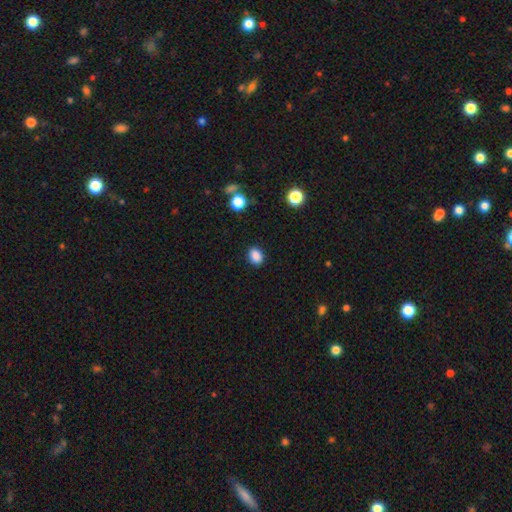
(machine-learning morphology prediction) Smooth or featured? Predicted: smooth (p=0.87). How rounded? Predicted: in between (p=0.59). Merging? Predicted: none (p=0.89).